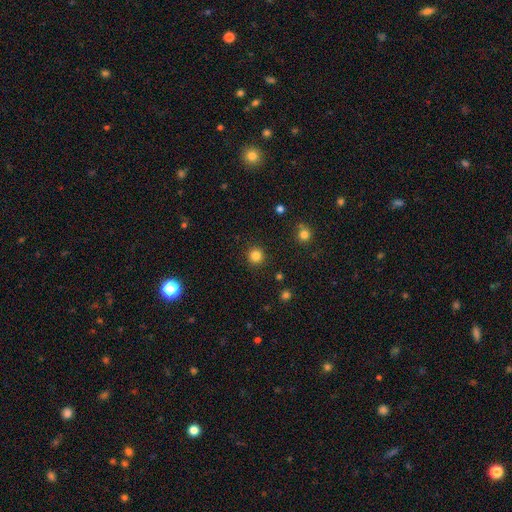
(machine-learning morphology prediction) Smooth or featured?
  - smooth: 83% *
  - star or artifact: 13%
  - featured or disk: 4%
How rounded?
  - round: 95% *
  - in between: 4%
  - cigar-shaped: 1%
Merging?
  - none: 92% *
  - minor disturbance: 5%
  - major disturbance: 2%
  - merger: 1%